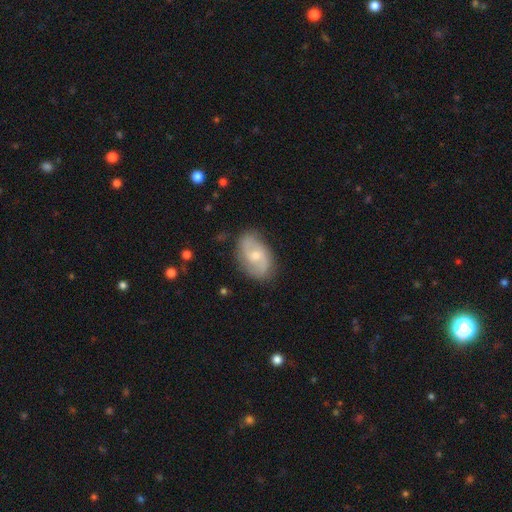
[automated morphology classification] smooth-or-featured: featured or disk: 68% | smooth: 26% | star or artifact: 6%
  disk-edge-on: no: 96% | yes: 4%
    bar: no: 56% | weak: 37% | strong: 6%
    has-spiral-arms: yes: 89% | no: 11%
      spiral-winding: medium: 44% | loose: 34% | tight: 22%
      spiral-arm-count: 2: 85% | can't tell: 9% | 1: 2% | 3: 2% | 4: 1% | more than 4: 1%
    bulge-size: small: 51% | moderate: 44% | large: 2% | none: 2% | dominant: 1%
  merging: none: 80% | minor disturbance: 15% | major disturbance: 4% | merger: 1%